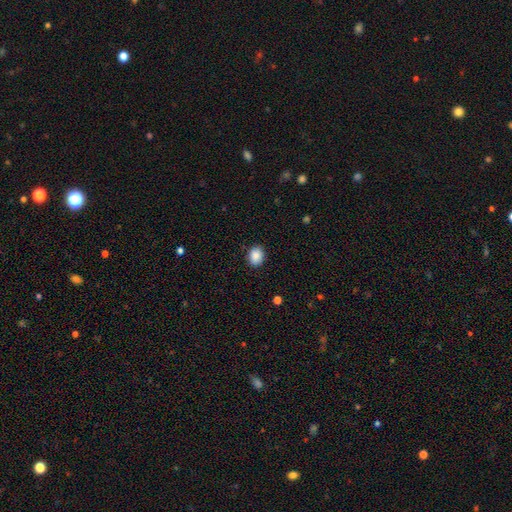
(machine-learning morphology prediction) smooth_or_featured: smooth (p=0.89) [alt: star or artifact p=0.08]
how_rounded: in between (p=0.53) [alt: round p=0.46]
merging: none (p=0.88) [alt: minor disturbance p=0.08]